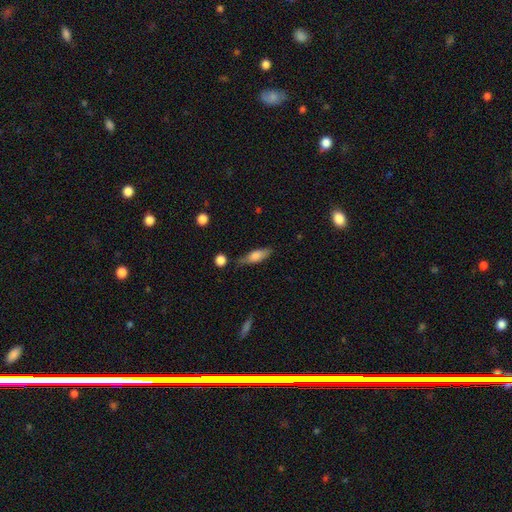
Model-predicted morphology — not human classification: Q: Smooth or featured?
A: smooth (70%); runner-up: featured or disk (23%)
Q: How rounded?
A: in between (56%); runner-up: cigar-shaped (41%)
Q: Merging?
A: none (66%); runner-up: minor disturbance (24%)